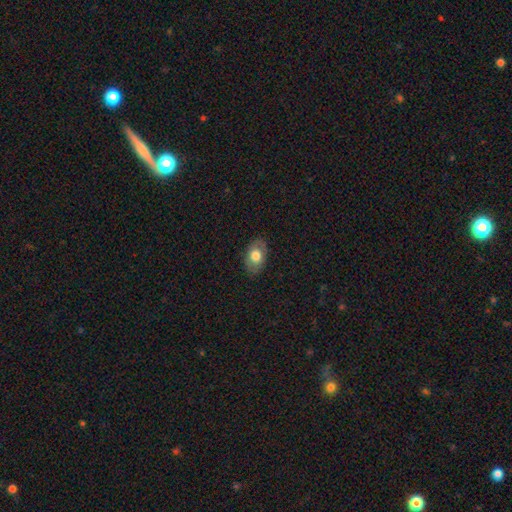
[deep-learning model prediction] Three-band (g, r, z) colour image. It shows a smooth galaxy with no disk features (67%) that is in between round and cigar-shaped (86%). Merging: none (82%).